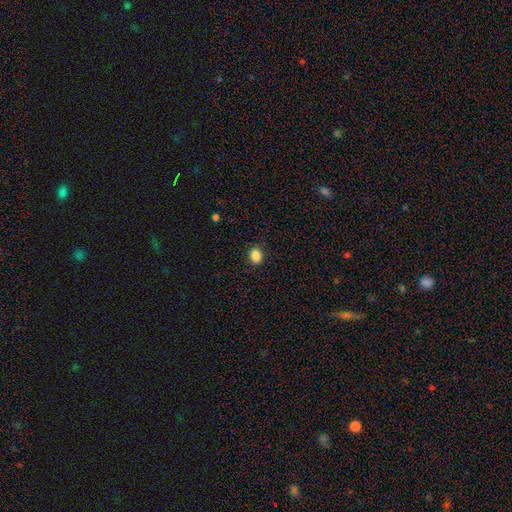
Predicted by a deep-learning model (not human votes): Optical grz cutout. It shows a smooth galaxy with no disk features (86%) that is round (62%). Merging: none (89%).